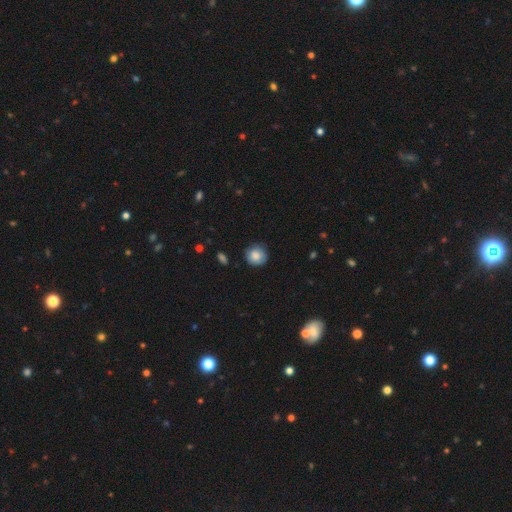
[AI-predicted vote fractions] smooth-or-featured: smooth: 85% | star or artifact: 8% | featured or disk: 7%
  how-rounded: round: 92% | in between: 7% | cigar-shaped: 1%
  merging: none: 84% | minor disturbance: 12% | major disturbance: 2% | merger: 1%